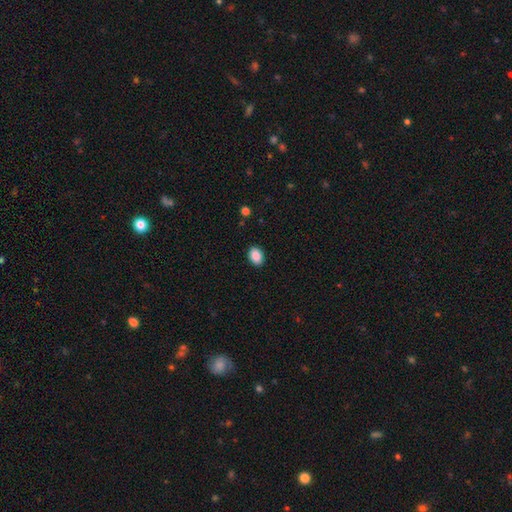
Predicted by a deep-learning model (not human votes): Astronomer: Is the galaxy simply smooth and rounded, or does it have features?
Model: smooth — 89%.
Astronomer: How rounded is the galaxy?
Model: in between — 80%.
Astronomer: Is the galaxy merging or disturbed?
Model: none — 90%.